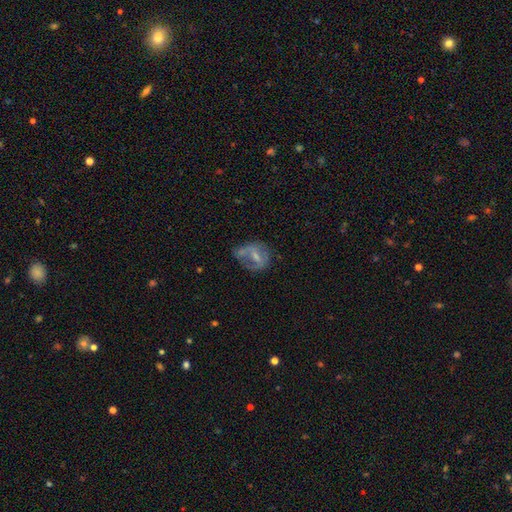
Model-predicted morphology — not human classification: This is possibly a featured or disk galaxy (50%). It is clearly not viewed edge-on (96%). Merging: marginally none (38%).